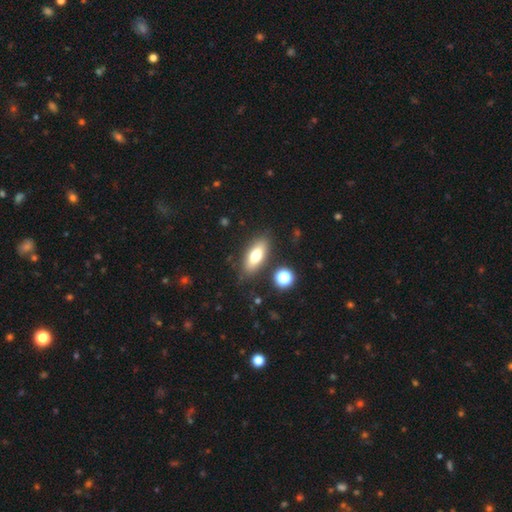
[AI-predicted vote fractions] Overall: smooth (69%). How rounded: in between (73%). Merging: none (82%).